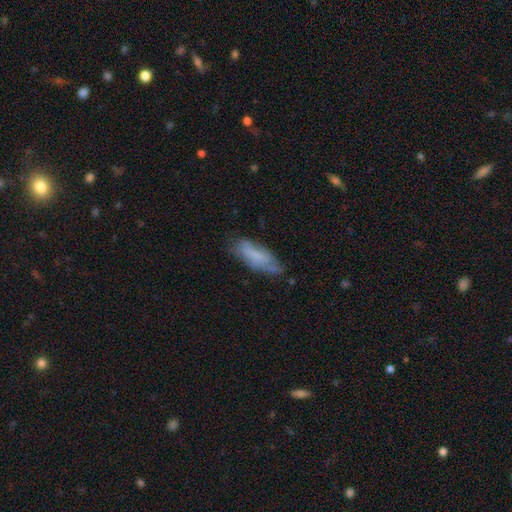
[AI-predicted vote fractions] This appears to be a smooth galaxy with no disk features (63%) that is in between round and cigar-shaped (62%). Merging: none (59%).